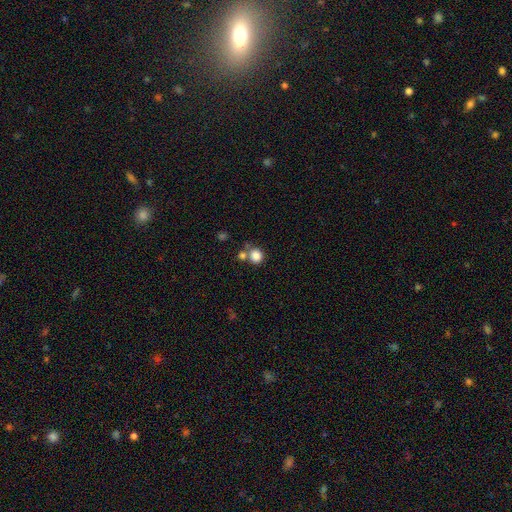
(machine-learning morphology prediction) Q: Smooth or featured?
A: smooth (84%); runner-up: star or artifact (11%)
Q: How rounded?
A: round (84%); runner-up: in between (15%)
Q: Merging?
A: none (59%); runner-up: merger (27%)